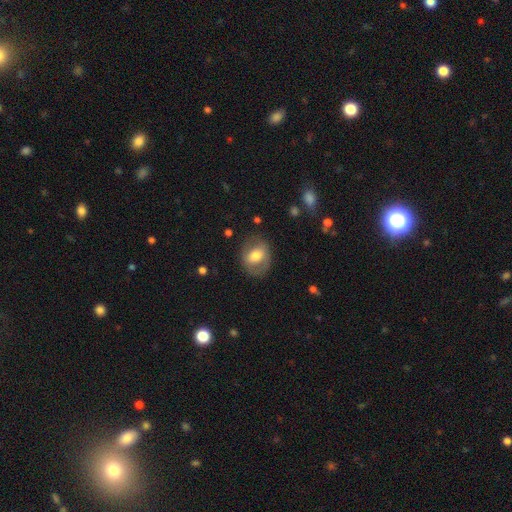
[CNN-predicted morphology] A smooth galaxy with no disk features (57%) that is in between round and cigar-shaped (51%).

Vote fractions:
- Smooth or featured? smooth: 57% / featured or disk: 36% / star or artifact: 7%
- How rounded? in between: 51% / round: 48% / cigar-shaped: 1%
- Merging? none: 73% / minor disturbance: 16% / major disturbance: 9% / merger: 1%